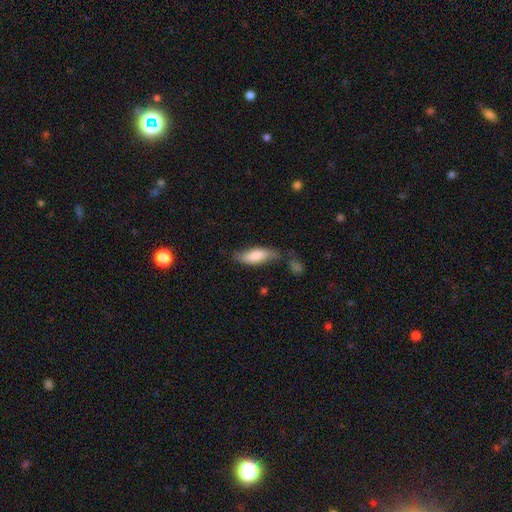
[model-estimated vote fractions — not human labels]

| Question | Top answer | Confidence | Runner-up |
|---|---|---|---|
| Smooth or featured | smooth | 76% | featured or disk (18%) |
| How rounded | in between | 65% | cigar-shaped (33%) |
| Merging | none | 56% | minor disturbance (27%) |